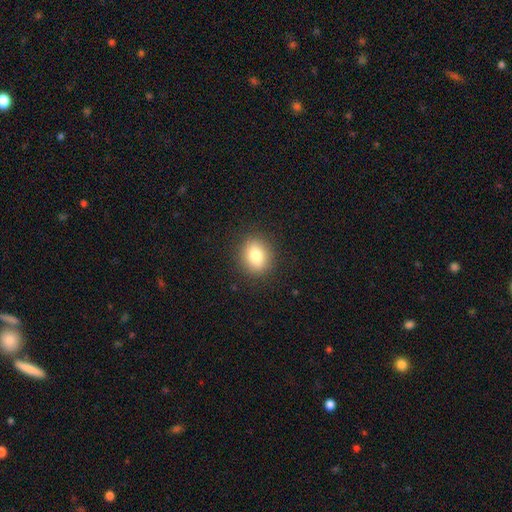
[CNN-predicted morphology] The model was most divided on "how rounded": round: 65%, in between: 34%, cigar-shaped: 2%. More confident: merging — none (89%); smooth or featured — smooth (78%).